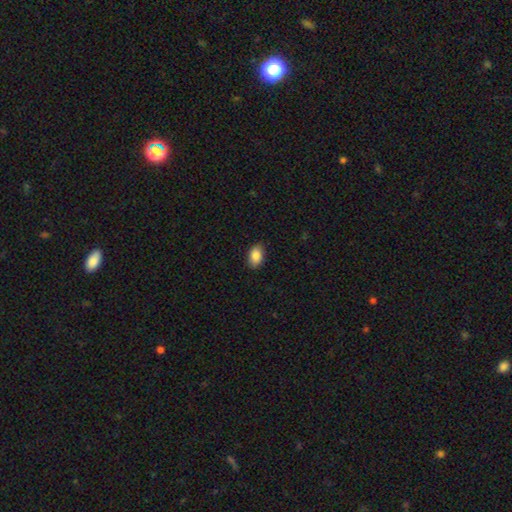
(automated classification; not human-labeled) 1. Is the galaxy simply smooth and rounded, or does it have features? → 87% smooth, 7% star or artifact, 5% featured or disk.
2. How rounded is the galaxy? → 90% in between, 9% round, 1% cigar-shaped.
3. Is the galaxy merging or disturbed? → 88% none, 9% minor disturbance, 2% major disturbance, 1% merger.